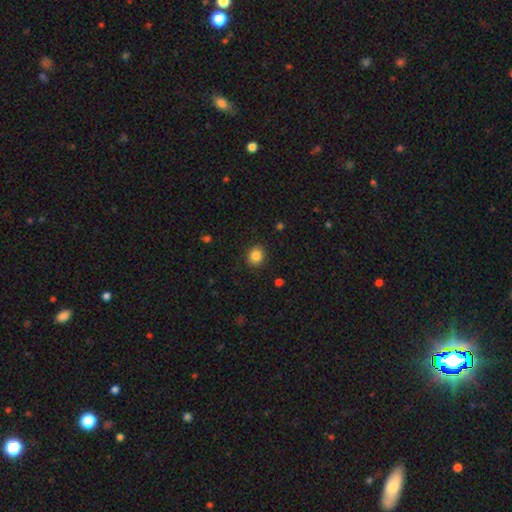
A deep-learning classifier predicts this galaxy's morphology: Q: Smooth or featured?
A: smooth (86%); runner-up: star or artifact (10%)
Q: How rounded?
A: round (77%); runner-up: in between (22%)
Q: Merging?
A: none (90%); runner-up: minor disturbance (7%)